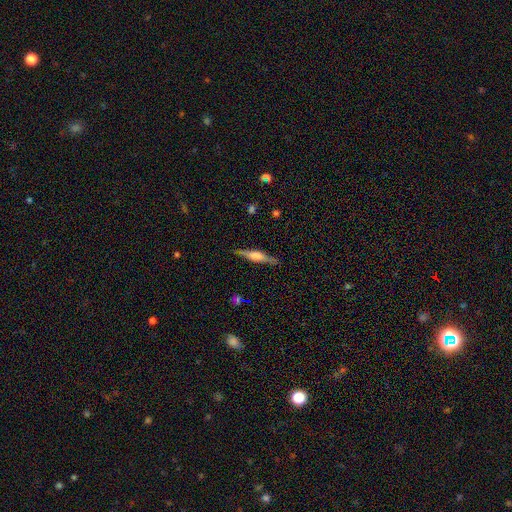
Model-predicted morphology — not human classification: featured or disk 64%, smooth 29%, star or artifact 7%. Down the decision tree: edge-on disk — yes (96%); edge-on bulge — rounded (60%); merging — none (86%).